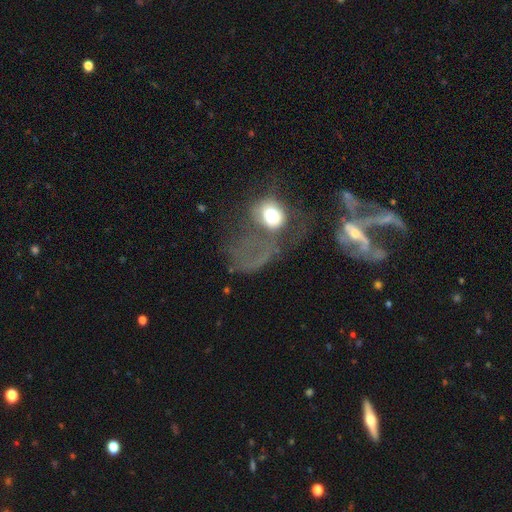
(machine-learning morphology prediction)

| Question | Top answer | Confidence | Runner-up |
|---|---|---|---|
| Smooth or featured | featured or disk | 45% | smooth (34%) |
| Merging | major disturbance | 40% | merger (36%) |